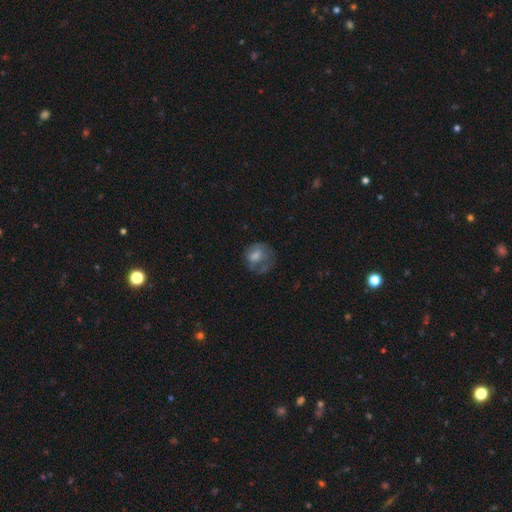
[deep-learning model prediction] This is possibly a smooth galaxy (49%). Merging: possibly none (49%).